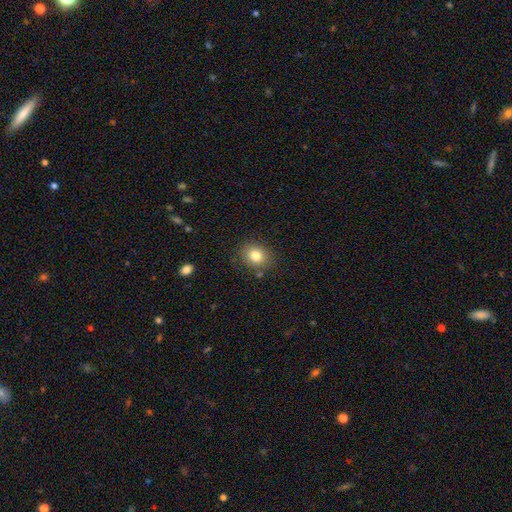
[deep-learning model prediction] Q: Smooth or featured?
A: smooth (81%); runner-up: star or artifact (11%)
Q: How rounded?
A: round (60%); runner-up: in between (39%)
Q: Merging?
A: none (83%); runner-up: minor disturbance (11%)